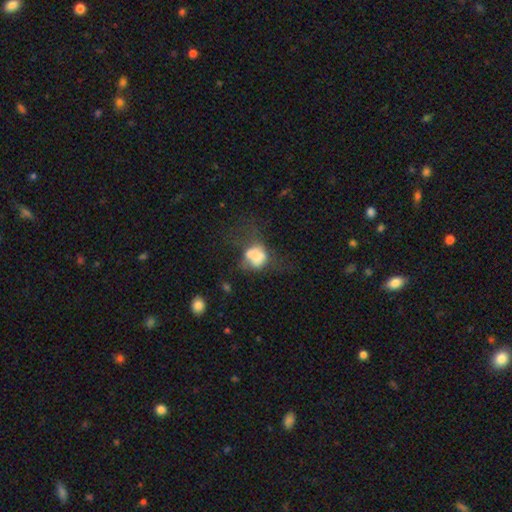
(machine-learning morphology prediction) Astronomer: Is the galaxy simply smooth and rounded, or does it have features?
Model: smooth — 59%.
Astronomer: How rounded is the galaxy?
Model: in between — 53% (runner-up: round, 45%).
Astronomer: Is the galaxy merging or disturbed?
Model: major disturbance — 39% (runner-up: none, 23%).